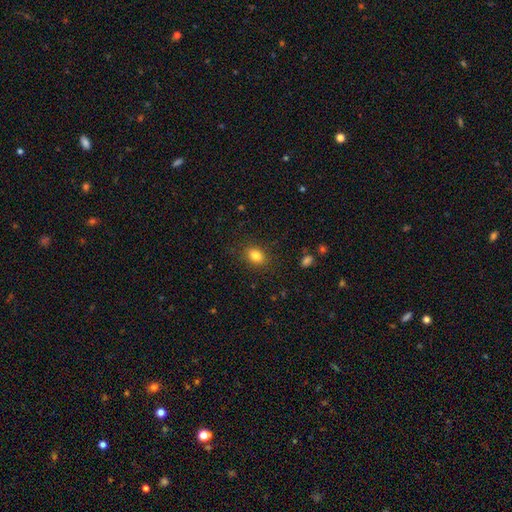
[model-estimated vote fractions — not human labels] A smooth galaxy with no disk features (83%) that is in between round and cigar-shaped (65%). Merging: none (86%).